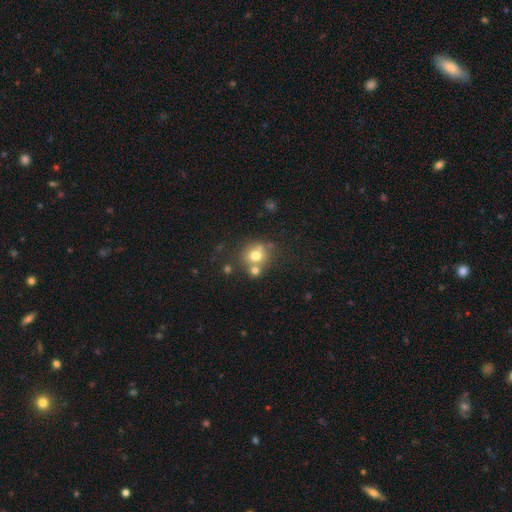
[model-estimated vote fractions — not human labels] Morphology: type=smooth (69%); roundness=round (82%); merging=none (54%).